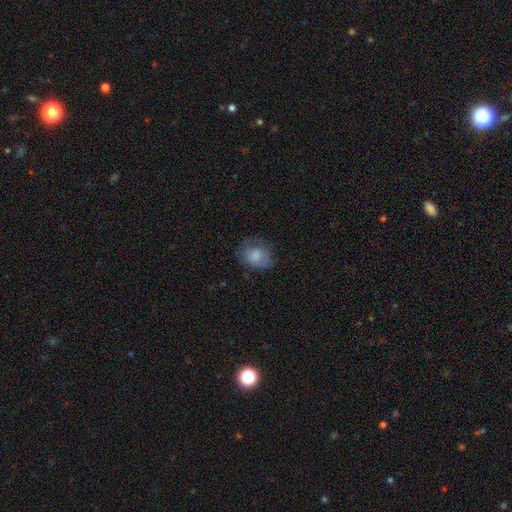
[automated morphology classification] Q: Smooth or featured?
A: smooth (77%); runner-up: featured or disk (15%)
Q: How rounded?
A: round (52%); runner-up: in between (47%)
Q: Merging?
A: none (63%); runner-up: minor disturbance (24%)